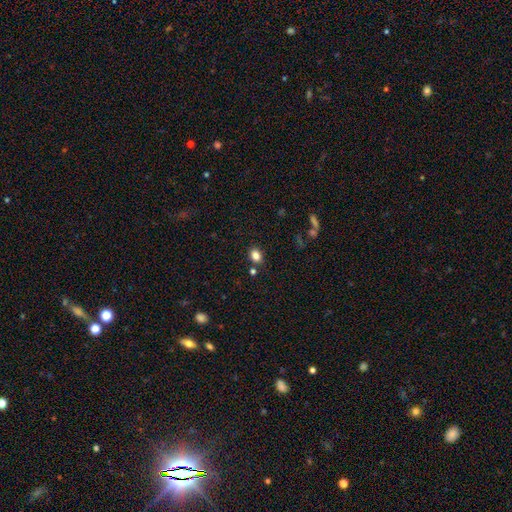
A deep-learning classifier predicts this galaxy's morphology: Smooth or featured? smooth (83%)
How rounded? in between (65%)
Merging? none (81%)